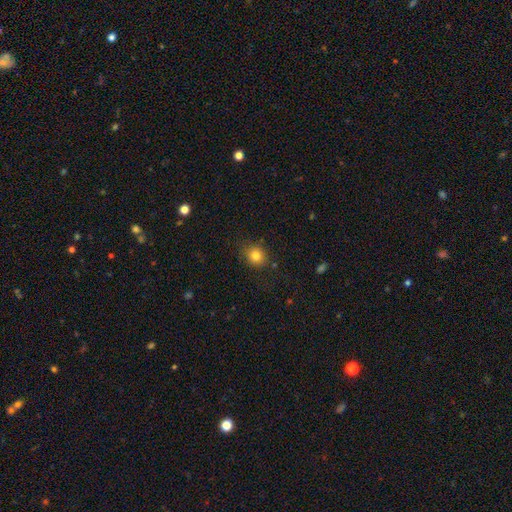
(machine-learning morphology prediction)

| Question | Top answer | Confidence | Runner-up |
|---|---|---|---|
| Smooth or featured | smooth | 81% | star or artifact (12%) |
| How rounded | round | 73% | in between (26%) |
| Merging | none | 82% | minor disturbance (13%) |